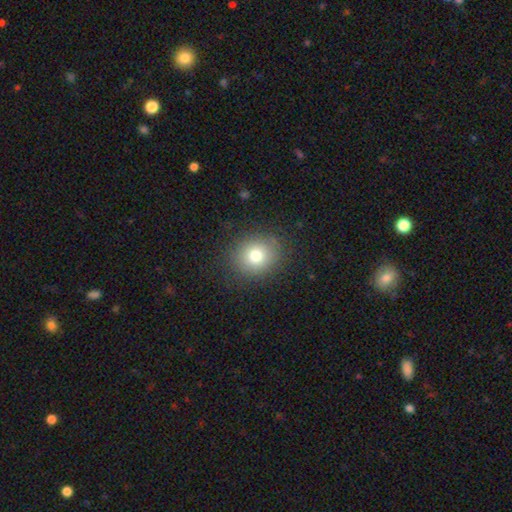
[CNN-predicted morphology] Smooth or featured? Predicted: smooth (p=0.77). How rounded? Predicted: round (p=0.78). Merging? Predicted: none (p=0.85).